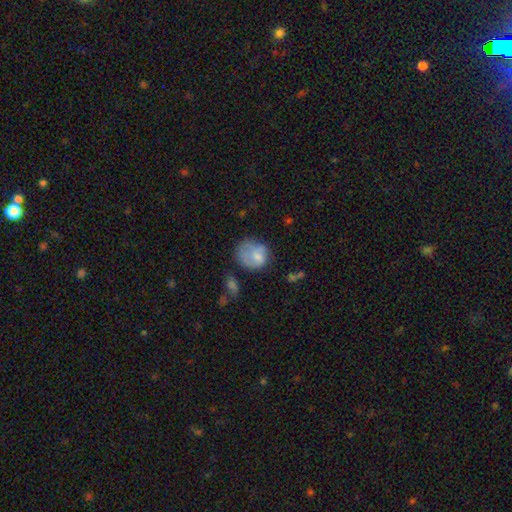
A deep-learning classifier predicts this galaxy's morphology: This is likely a smooth galaxy (72%). How rounded: likely round (65%). Merging: marginally none (37%).